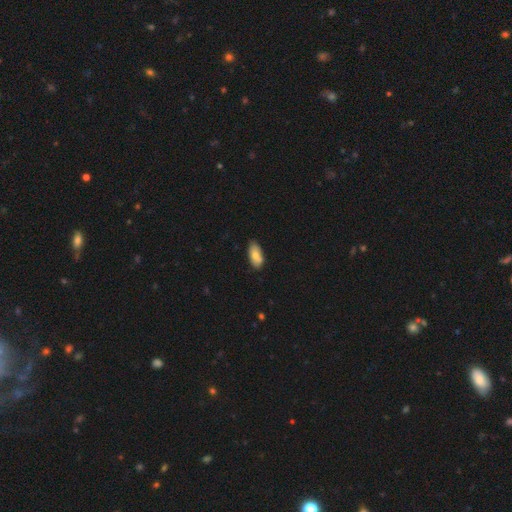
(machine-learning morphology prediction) This is likely a smooth galaxy (76%). How rounded: clearly in between (89%). Merging: likely none (76%).